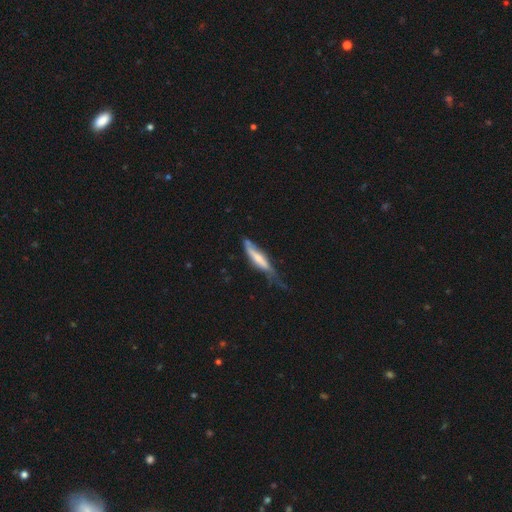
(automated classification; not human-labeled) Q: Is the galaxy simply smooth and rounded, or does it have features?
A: featured or disk — 47%.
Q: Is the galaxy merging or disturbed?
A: minor disturbance — 38%.